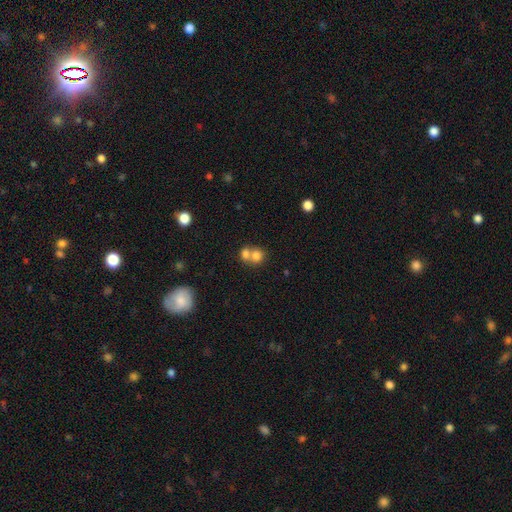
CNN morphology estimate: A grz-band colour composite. It shows a smooth galaxy with no disk features (77%) that is round (74%). Merging: merger (62%).